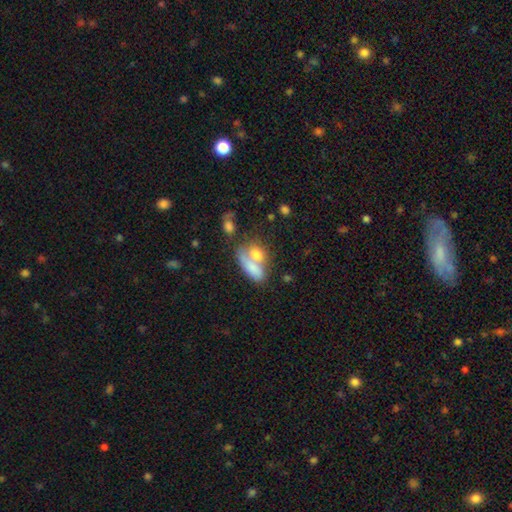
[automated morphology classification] The model was most divided on "merging": merger: 59%, none: 25%, minor disturbance: 9%, major disturbance: 7%. More confident: smooth or featured — smooth (72%); how rounded — in between (72%).